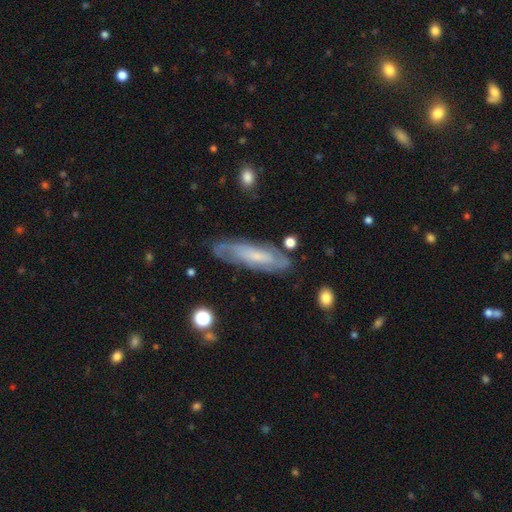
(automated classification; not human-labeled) The model was most divided on "smooth or featured": featured or disk: 60%, smooth: 33%, star or artifact: 7%. More confident: merging — none (71%); edge-on disk — no (67%).